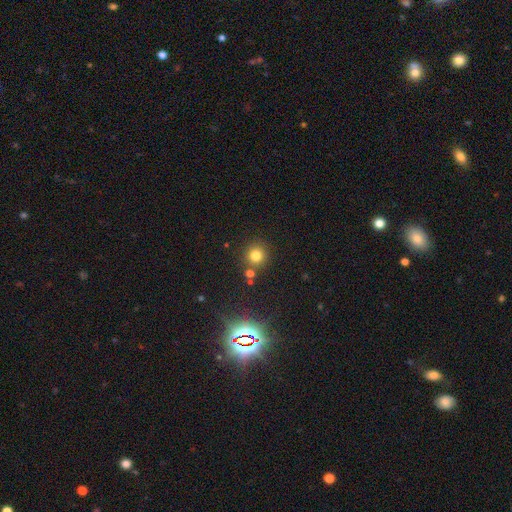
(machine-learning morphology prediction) Smooth or featured?
  - smooth: 76% *
  - star or artifact: 18%
  - featured or disk: 7%
How rounded?
  - round: 93% *
  - in between: 6%
  - cigar-shaped: 1%
Merging?
  - none: 82% *
  - merger: 8%
  - minor disturbance: 7%
  - major disturbance: 3%